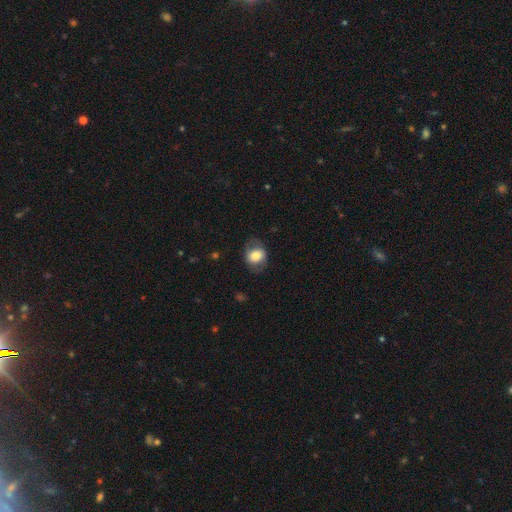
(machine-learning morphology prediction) Smooth or featured? Predicted: smooth (p=0.70). How rounded? Predicted: in between (p=0.51). Merging? Predicted: none (p=0.72).